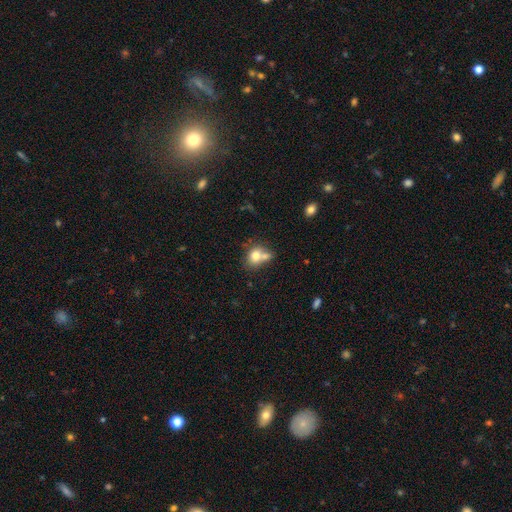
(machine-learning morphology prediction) The model was most divided on "how rounded": round: 56%, in between: 43%, cigar-shaped: 1%. Remaining: smooth or featured — smooth (74%); merging — merger (49%).